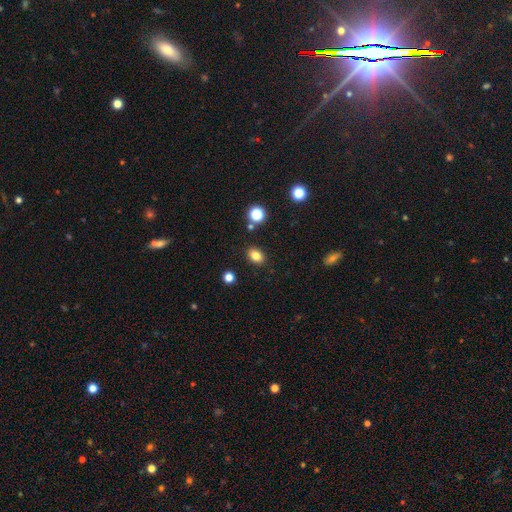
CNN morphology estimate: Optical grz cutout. It shows a smooth galaxy with no disk features (82%) that is in between round and cigar-shaped (70%). Merging: none (86%).